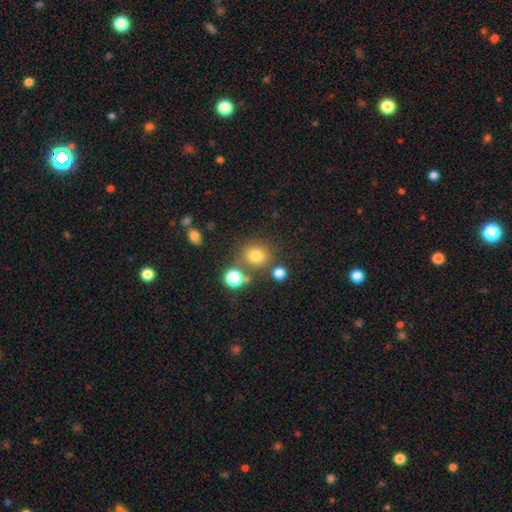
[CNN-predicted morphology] smooth_or_featured: smooth (p=0.76) [alt: star or artifact p=0.16]
how_rounded: round (p=0.86) [alt: in between p=0.13]
merging: none (p=0.74) [alt: merger p=0.11]